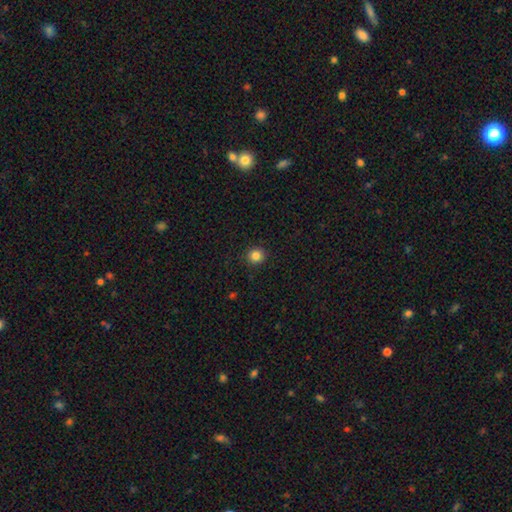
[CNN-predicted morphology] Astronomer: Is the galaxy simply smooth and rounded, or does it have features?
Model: smooth — 84%.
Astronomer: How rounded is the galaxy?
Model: round — 92%.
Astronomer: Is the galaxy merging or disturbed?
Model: none — 91%.